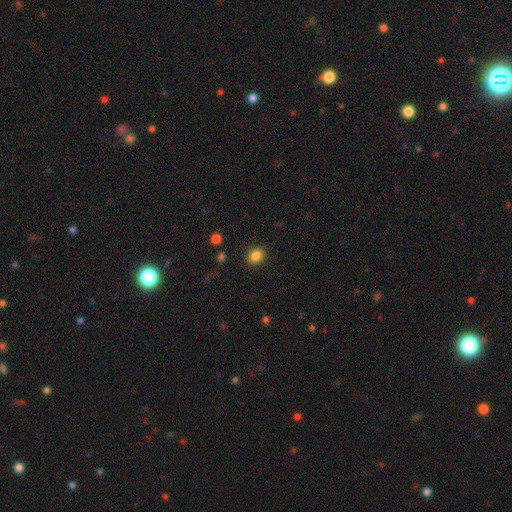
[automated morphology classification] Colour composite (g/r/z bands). It shows a smooth galaxy with no disk features (85%) that is round (59%). Merging: none (88%).